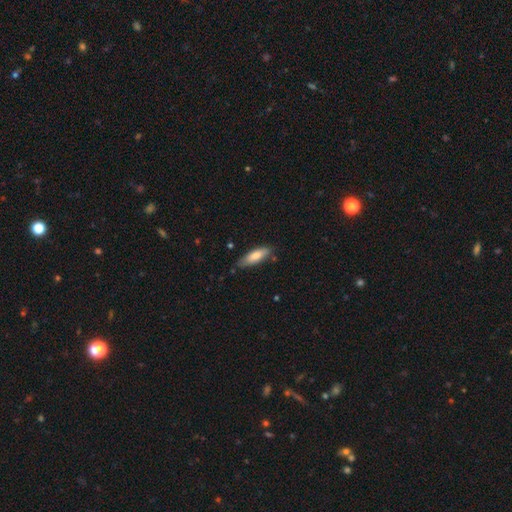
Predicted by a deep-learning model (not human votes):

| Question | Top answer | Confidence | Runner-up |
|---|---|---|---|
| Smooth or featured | smooth | 78% | featured or disk (16%) |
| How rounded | in between | 52% | cigar-shaped (47%) |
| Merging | none | 75% | minor disturbance (20%) |